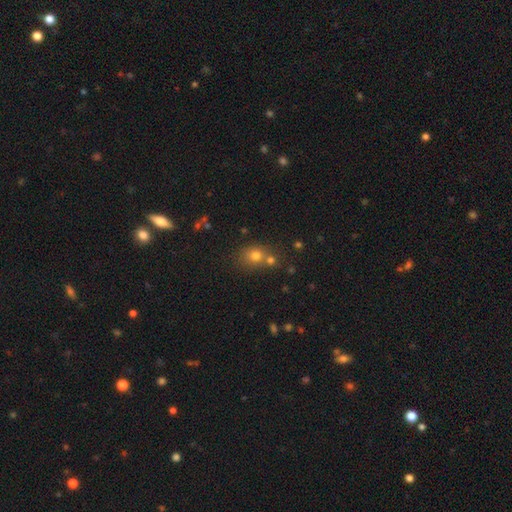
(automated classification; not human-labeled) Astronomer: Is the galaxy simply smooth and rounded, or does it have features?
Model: smooth — 73%.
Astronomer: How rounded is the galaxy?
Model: round — 68%.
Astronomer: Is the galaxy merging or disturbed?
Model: none — 50% (runner-up: merger, 36%).